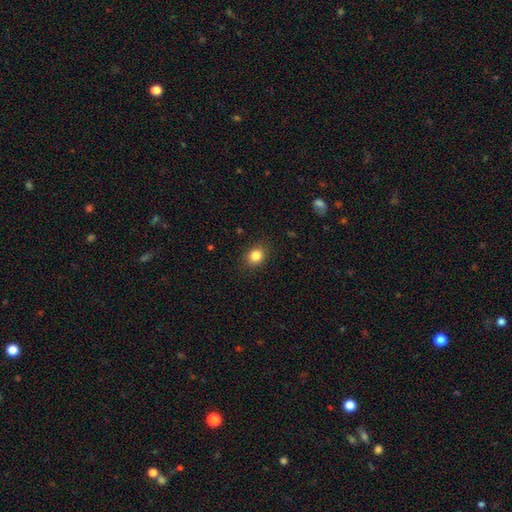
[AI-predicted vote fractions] Q: Smooth or featured?
A: smooth (84%); runner-up: star or artifact (11%)
Q: How rounded?
A: round (62%); runner-up: in between (37%)
Q: Merging?
A: none (88%); runner-up: minor disturbance (9%)